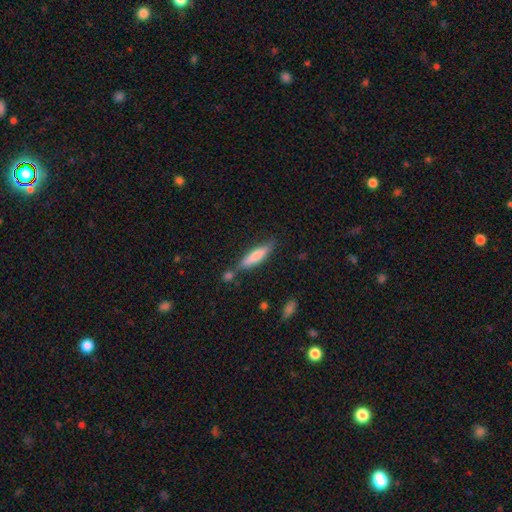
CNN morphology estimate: This appears to be a smooth galaxy with no disk features (69%) that is cigar-shaped (79%). Merging: none (70%).